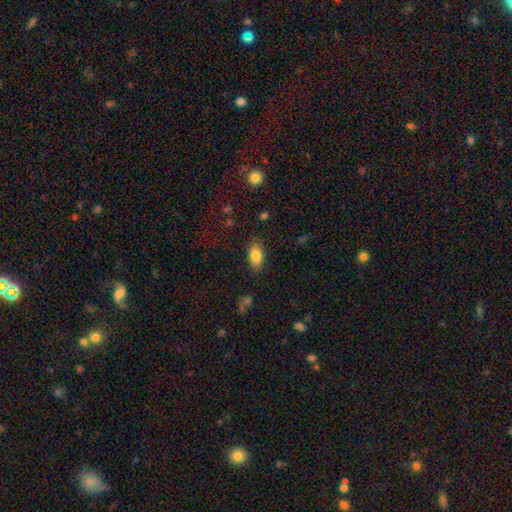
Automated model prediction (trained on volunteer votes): The model was most divided on "smooth or featured": smooth: 83%, featured or disk: 10%, star or artifact: 8%. More confident: how rounded — in between (90%); merging — none (85%).